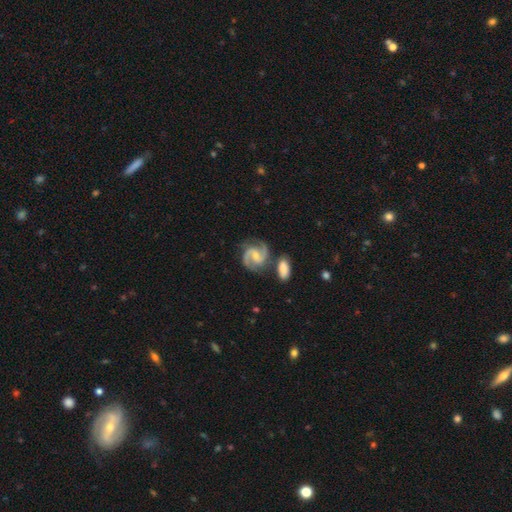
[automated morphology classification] featured or disk 90%, smooth 6%, star or artifact 5%. Down the decision tree: edge-on disk — no (98%); bar — weak (46%); spiral arms — yes (98%); spiral arm count — 2 (92%); spiral winding — medium (61%); bulge size — small (54%); merging — none (69%).